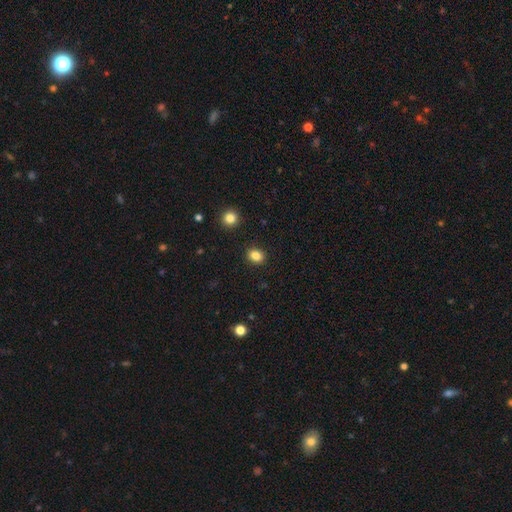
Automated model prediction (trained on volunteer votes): This appears to be a smooth galaxy with no disk features (84%) that is round (59%). Merging: none (90%).